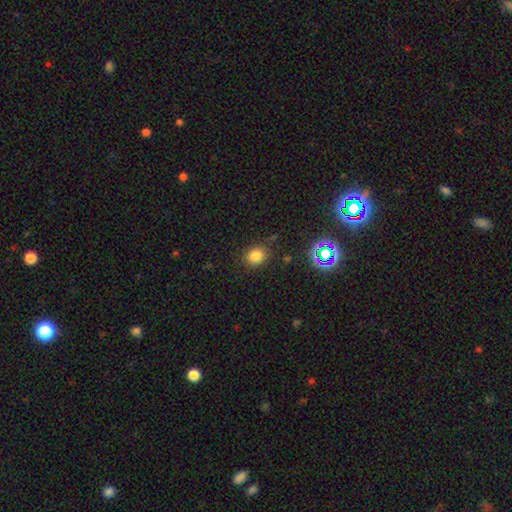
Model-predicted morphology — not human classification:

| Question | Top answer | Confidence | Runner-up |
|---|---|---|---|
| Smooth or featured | smooth | 78% | star or artifact (16%) |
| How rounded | round | 66% | in between (33%) |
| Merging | none | 82% | minor disturbance (11%) |